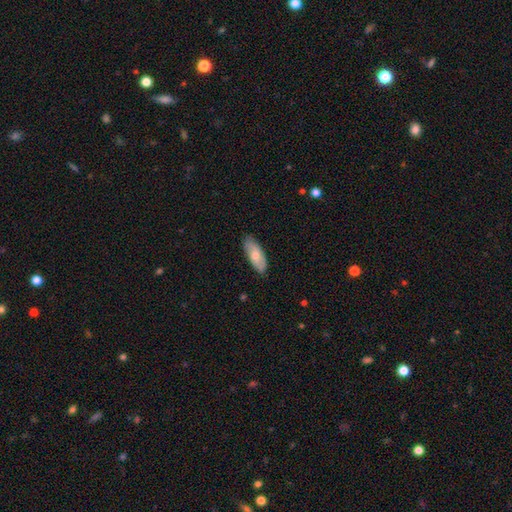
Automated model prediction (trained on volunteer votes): A smooth galaxy with no disk features (70%) that is in between round and cigar-shaped (77%). Merging: none (82%).